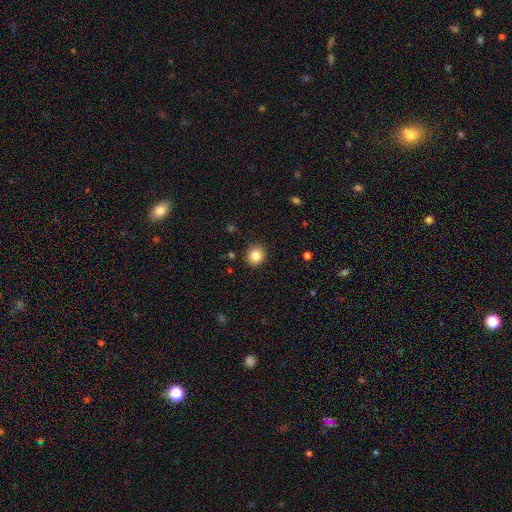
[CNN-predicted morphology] This appears to be a smooth galaxy with no disk features (85%) that is round (87%). Merging: none (90%).